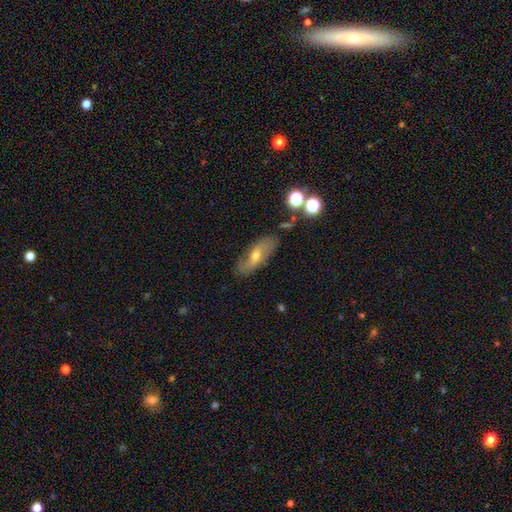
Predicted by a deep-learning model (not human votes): Smooth or featured?
  - featured or disk: 64% *
  - smooth: 26%
  - star or artifact: 10%
Edge-on disk?
  - no: 81% *
  - yes: 19%
Bar?
  - no: 44% *
  - weak: 38%
  - strong: 18%
Spiral arms?
  - yes: 79% *
  - no: 21%
Bulge size?
  - moderate: 62% *
  - small: 33%
  - large: 3%
  - none: 1%
  - dominant: 1%
Merging?
  - none: 74% *
  - minor disturbance: 17%
  - major disturbance: 6%
  - merger: 3%